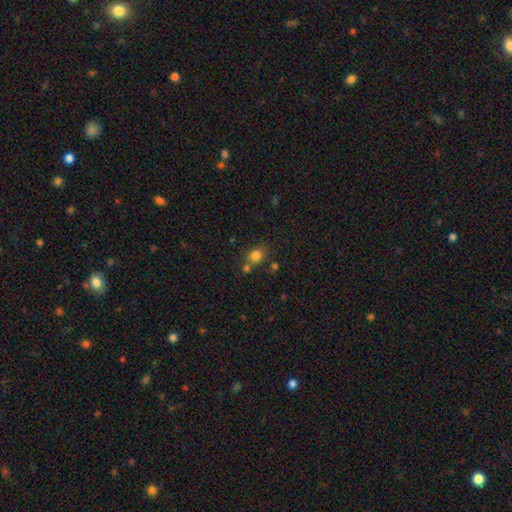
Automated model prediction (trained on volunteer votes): Overall: smooth (81%). How rounded: round (57%; in between 42%). Merging: none (61%; merger 22%).